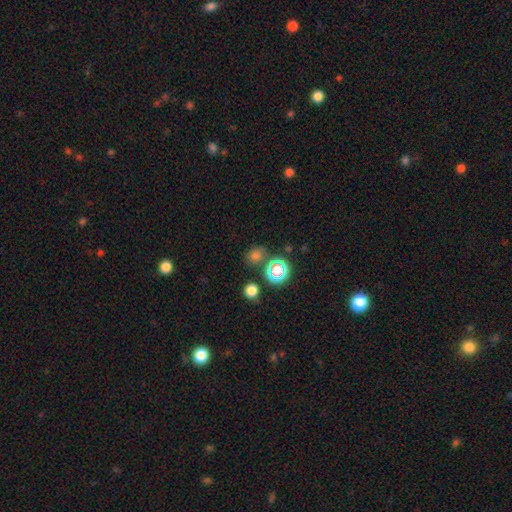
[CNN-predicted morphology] Smooth or featured? Predicted: smooth (p=0.65). How rounded? Predicted: round (p=0.63). Merging? Predicted: none (p=0.74).